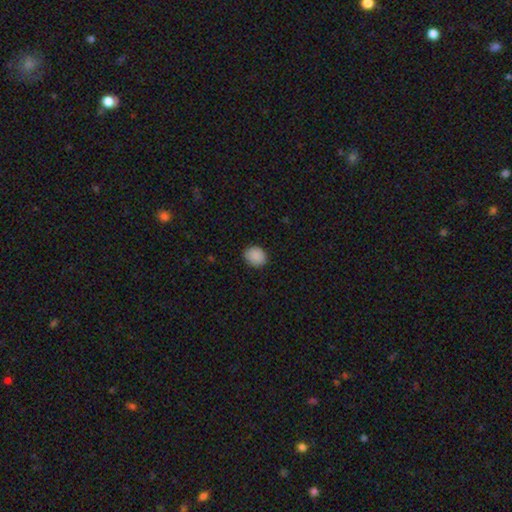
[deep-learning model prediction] Overall: smooth (89%). How rounded: round (62%; in between 37%). Merging: none (86%).